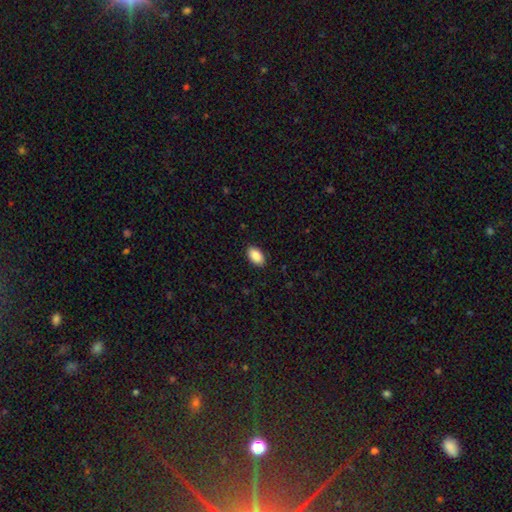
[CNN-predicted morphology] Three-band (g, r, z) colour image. It shows a smooth galaxy with no disk features (89%) that is in between round and cigar-shaped (94%). Merging: none (90%).